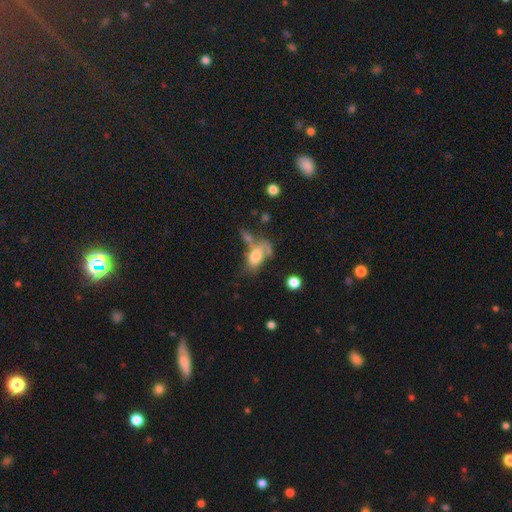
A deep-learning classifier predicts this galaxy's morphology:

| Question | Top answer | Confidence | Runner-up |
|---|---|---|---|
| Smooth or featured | smooth | 67% | featured or disk (23%) |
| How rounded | in between | 86% | round (8%) |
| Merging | merger | 33% | none (26%) |